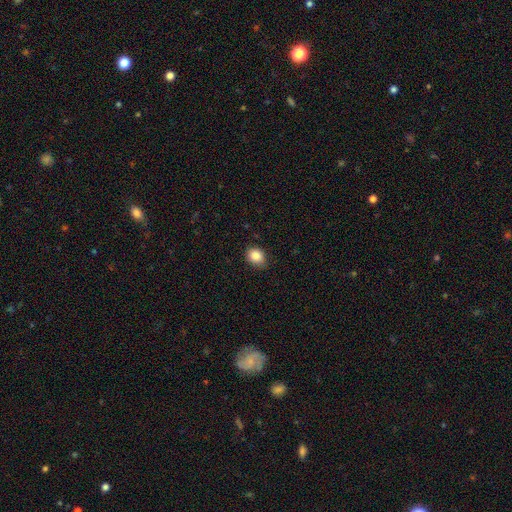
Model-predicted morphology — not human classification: This appears to be a smooth galaxy with no disk features (87%) that is round (57%). Merging: none (81%).